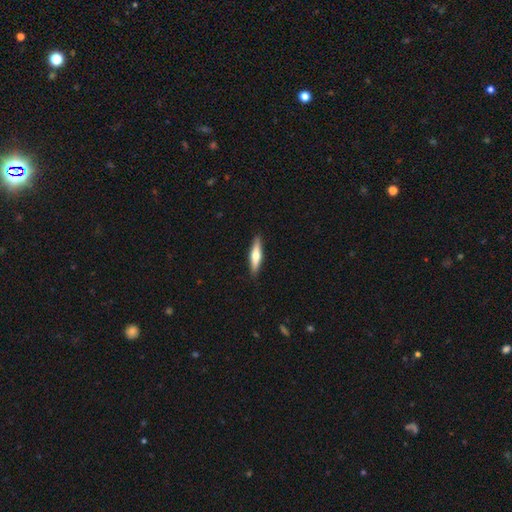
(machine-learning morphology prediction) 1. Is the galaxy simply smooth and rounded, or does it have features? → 51% smooth, 44% featured or disk, 5% star or artifact.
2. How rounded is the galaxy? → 79% cigar-shaped, 20% in between, 2% round.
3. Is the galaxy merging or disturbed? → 90% none, 8% minor disturbance, 2% major disturbance, 1% merger.